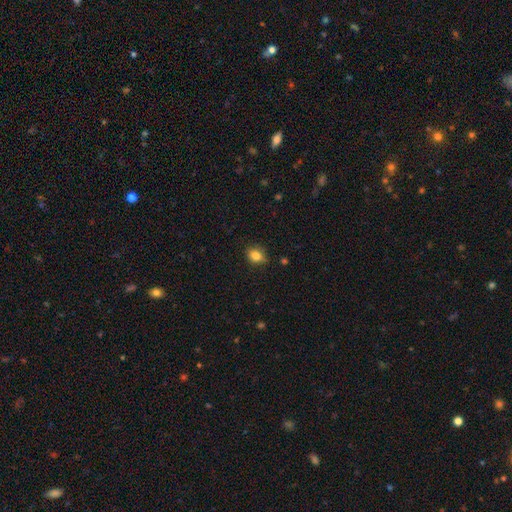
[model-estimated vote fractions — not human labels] Smooth or featured: smooth — 84% (star or artifact — 10%)
How rounded: round — 49% (tied with in between — 49%)
Merging: none — 79% (minor disturbance — 17%)